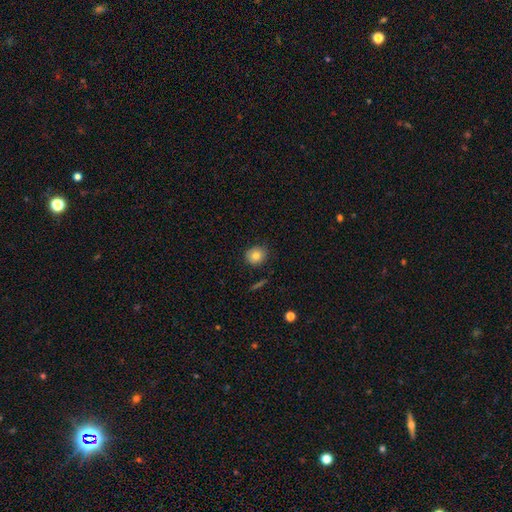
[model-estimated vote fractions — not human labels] smooth 82%, star or artifact 9%, featured or disk 9%. Down the decision tree: how rounded — round (81%); merging — none (86%).